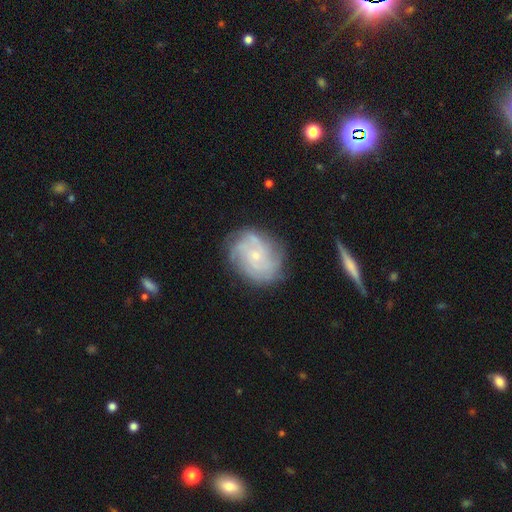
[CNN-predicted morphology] A featured or disk galaxy (75%) with no bar (75%), tight (59%) spiral arms (92%) and a small central bulge (75%). Merging: none (76%).